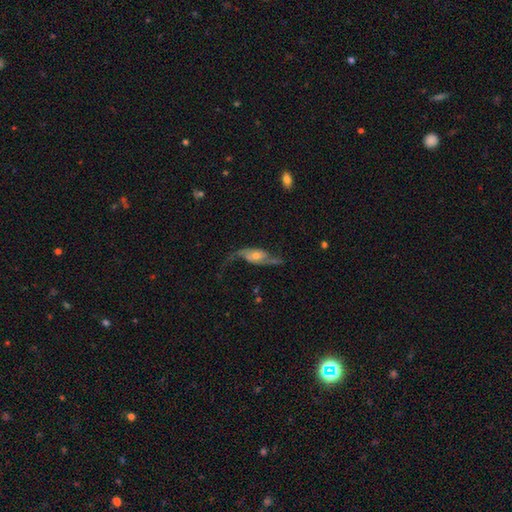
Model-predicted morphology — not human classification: The model was most divided on "bulge size": moderate: 49%, small: 43%, large: 4%, none: 3%, dominant: 1%. More confident: spiral arms — yes (94%); edge-on disk — no (91%); spiral arm count — 2 (91%); smooth or featured — featured or disk (86%); spiral winding — loose (76%); merging — none (62%); bar — no (59%).